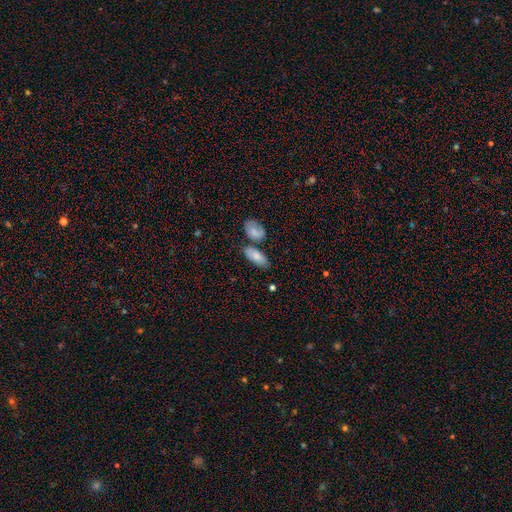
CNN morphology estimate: Smooth or featured? smooth (80%)
How rounded? in between (86%)
Merging? none (63%)